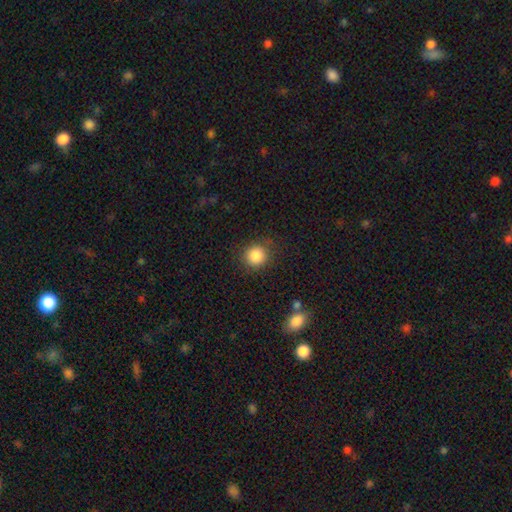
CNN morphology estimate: Smooth or featured? Predicted: smooth (p=0.86). How rounded? Predicted: round (p=0.88). Merging? Predicted: none (p=0.84).